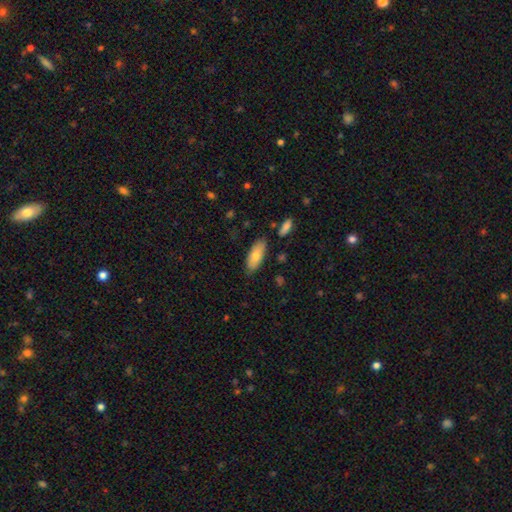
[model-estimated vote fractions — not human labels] A smooth galaxy with no disk features (76%) that is in between round and cigar-shaped (80%).

Vote fractions:
- Smooth or featured? smooth: 76% / featured or disk: 18% / star or artifact: 6%
- How rounded? in between: 80% / cigar-shaped: 18% / round: 2%
- Merging? none: 81% / minor disturbance: 14% / merger: 3% / major disturbance: 3%